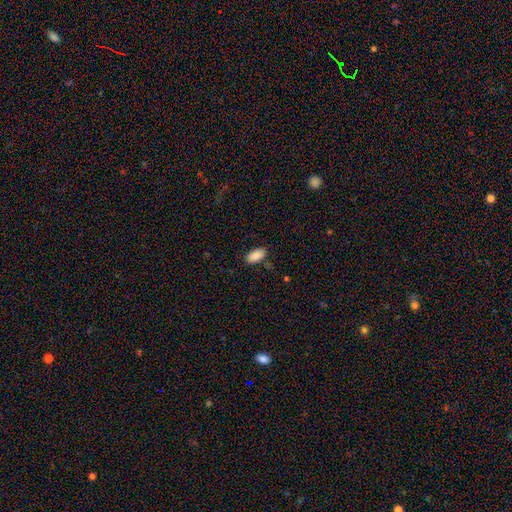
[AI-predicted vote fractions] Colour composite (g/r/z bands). It shows a smooth galaxy with no disk features (89%) that is in between round and cigar-shaped (93%). Merging: none (84%).